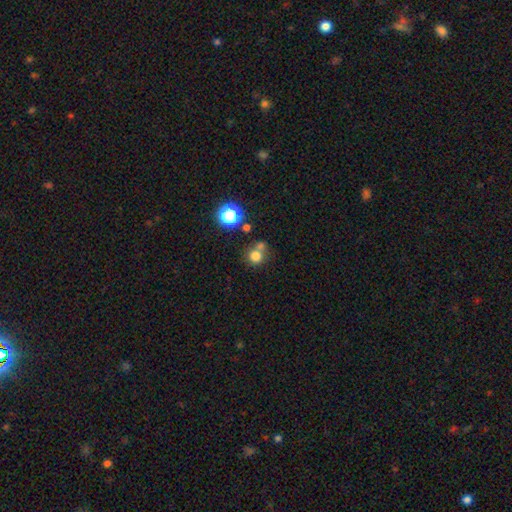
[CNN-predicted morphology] Overall: smooth (76%). How rounded: round (90%). Merging: none (58%; merger 28%).